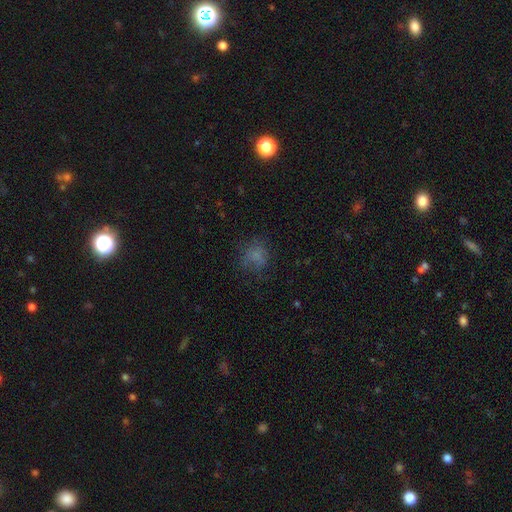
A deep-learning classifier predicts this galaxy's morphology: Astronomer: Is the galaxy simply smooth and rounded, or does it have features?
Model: smooth — 68%.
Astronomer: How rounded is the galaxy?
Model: round — 67%.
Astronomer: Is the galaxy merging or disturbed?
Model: none — 58%.